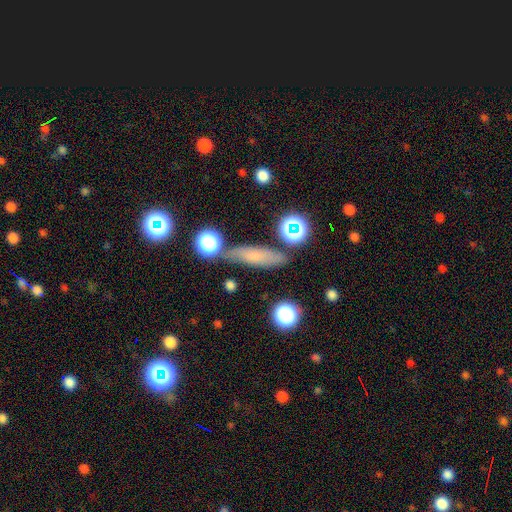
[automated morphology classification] A smooth galaxy with no disk features (59%) that is cigar-shaped (65%). Merging: none (76%).